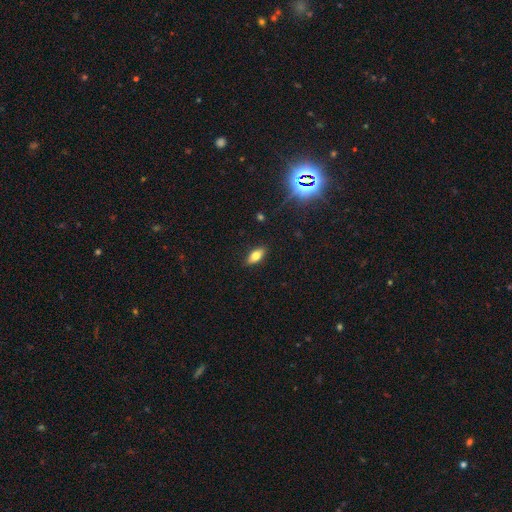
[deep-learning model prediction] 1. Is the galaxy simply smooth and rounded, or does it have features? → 67% smooth, 23% featured or disk, 10% star or artifact.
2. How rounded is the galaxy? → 82% in between, 14% cigar-shaped, 4% round.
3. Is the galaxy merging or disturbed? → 89% none, 8% minor disturbance, 2% major disturbance, 1% merger.